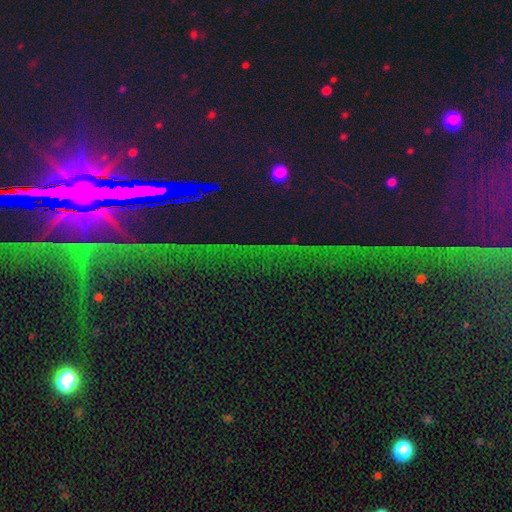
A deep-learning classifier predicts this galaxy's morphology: Smooth or featured? Predicted: star or artifact (p=0.84).